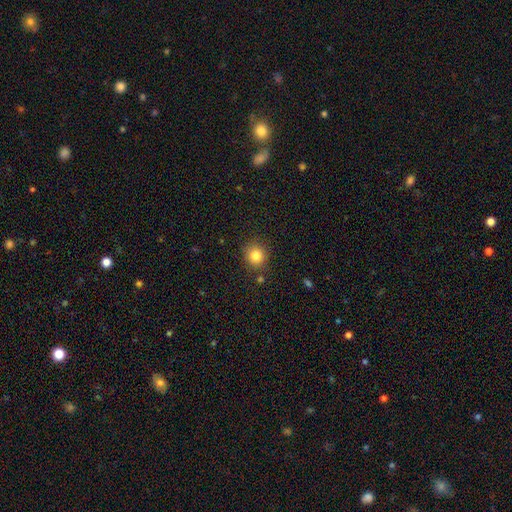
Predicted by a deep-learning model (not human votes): Smooth or featured? smooth (82%)
How rounded? round (87%)
Merging? none (85%)